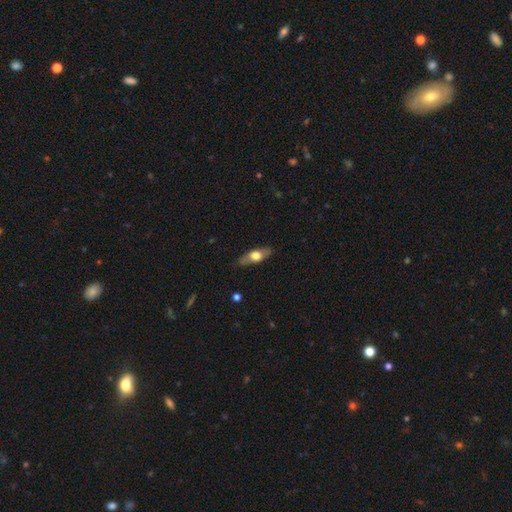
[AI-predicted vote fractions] Smooth or featured?
  - smooth: 54% *
  - featured or disk: 40%
  - star or artifact: 6%
How rounded?
  - in between: 66% *
  - cigar-shaped: 29%
  - round: 4%
Merging?
  - none: 81% *
  - minor disturbance: 15%
  - major disturbance: 3%
  - merger: 1%